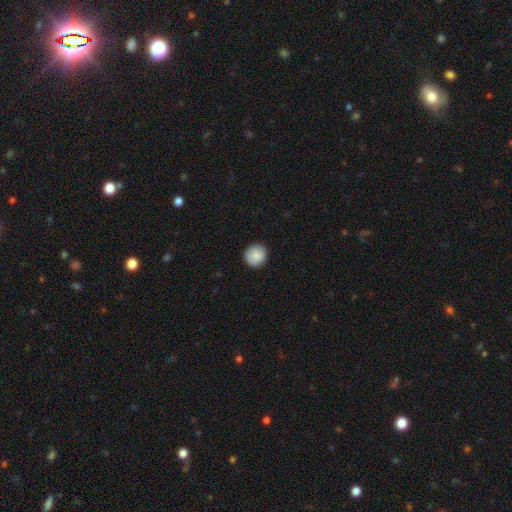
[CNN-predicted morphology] A smooth galaxy with no disk features (88%) that is round (94%).

Vote fractions:
- Smooth or featured? smooth: 88% / star or artifact: 7% / featured or disk: 5%
- How rounded? round: 94% / in between: 5% / cigar-shaped: 1%
- Merging? none: 91% / minor disturbance: 6% / major disturbance: 2% / merger: 1%